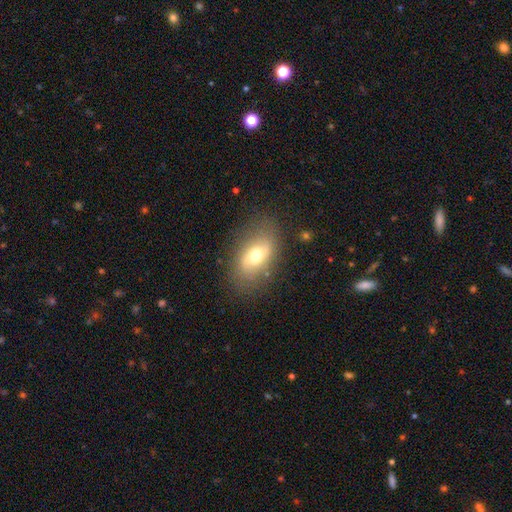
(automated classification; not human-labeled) This appears to be a smooth galaxy with no disk features (55%) that is in between round and cigar-shaped (85%). Merging: none (77%).